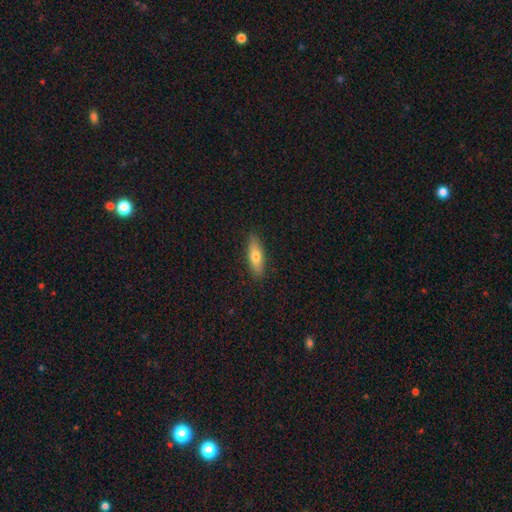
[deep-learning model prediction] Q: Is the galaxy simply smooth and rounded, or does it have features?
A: smooth — 70%.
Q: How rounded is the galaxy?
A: in between — 51%.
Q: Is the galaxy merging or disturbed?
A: none — 88%.